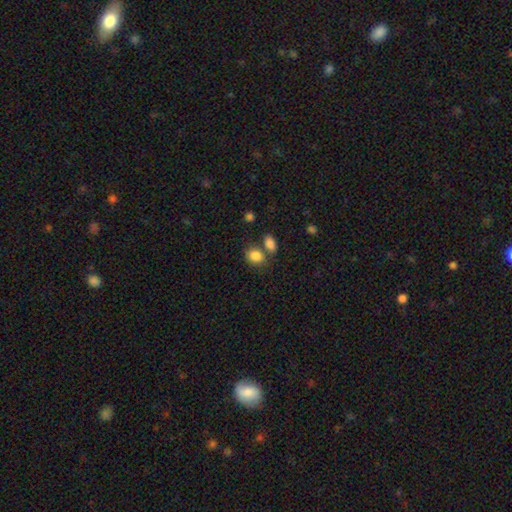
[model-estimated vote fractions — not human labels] This appears to be a smooth galaxy with no disk features (85%) that is in between round and cigar-shaped (65%). Merging: none (54%).